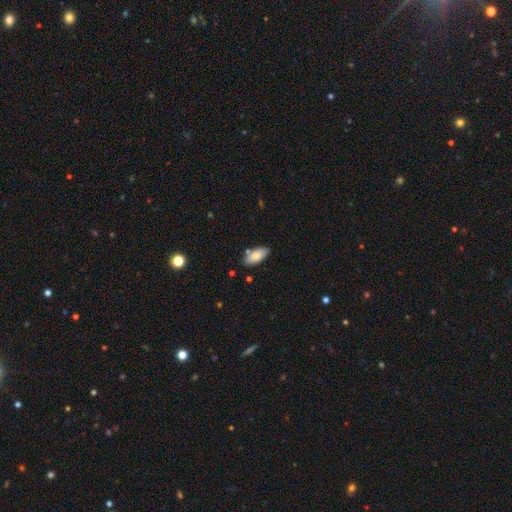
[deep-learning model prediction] Smooth or featured: smooth — 84% (featured or disk — 10%)
How rounded: in between — 86% (cigar-shaped — 12%)
Merging: none — 81% (minor disturbance — 13%)